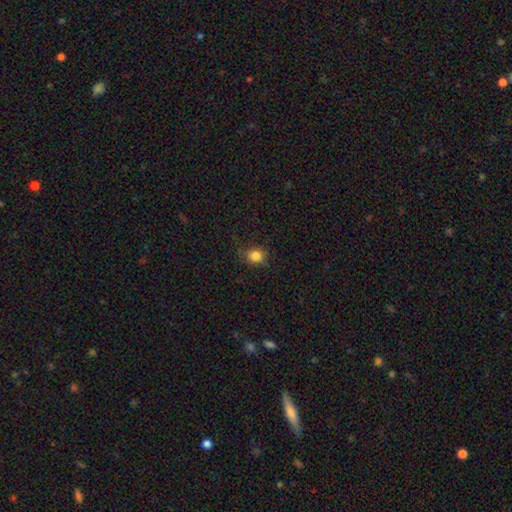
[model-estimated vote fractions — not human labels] Smooth or featured: smooth — 83% (star or artifact — 12%)
How rounded: round — 77% (in between — 22%)
Merging: none — 77% (minor disturbance — 17%)